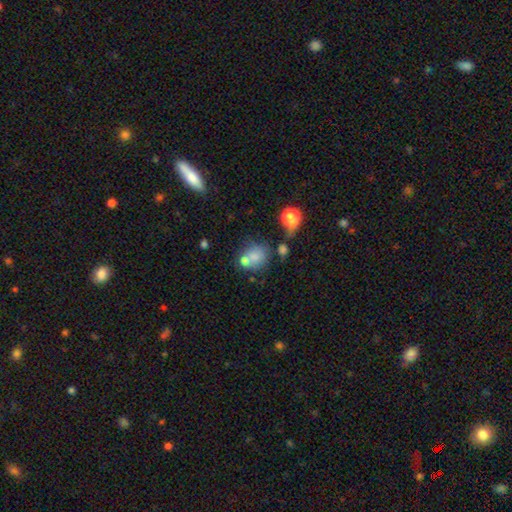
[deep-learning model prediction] Morphology: type=smooth (73%); roundness=round (66%); merging=none (41%).